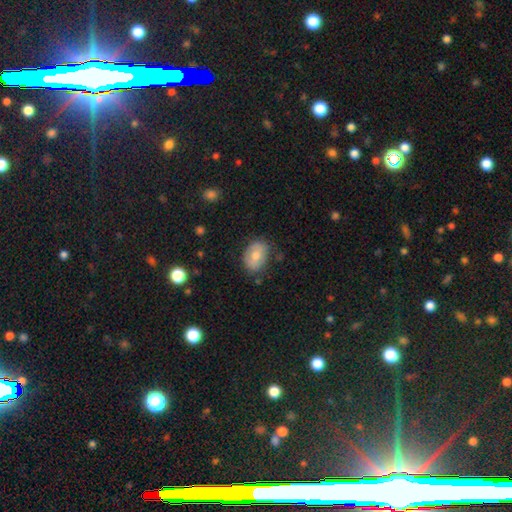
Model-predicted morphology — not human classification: Smooth or featured?
  - smooth: 70% *
  - featured or disk: 22%
  - star or artifact: 7%
How rounded?
  - in between: 74% *
  - round: 25%
  - cigar-shaped: 1%
Merging?
  - none: 75% *
  - minor disturbance: 19%
  - major disturbance: 4%
  - merger: 2%